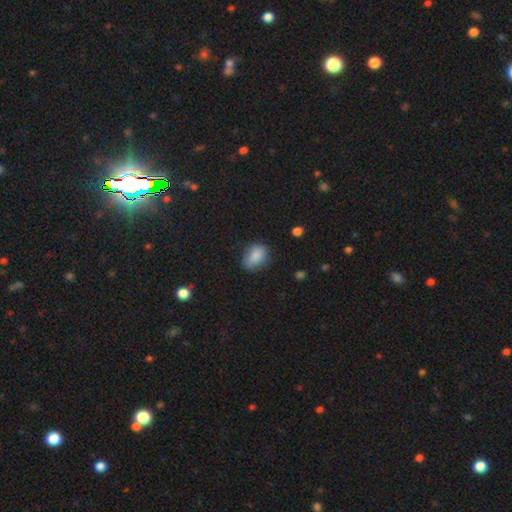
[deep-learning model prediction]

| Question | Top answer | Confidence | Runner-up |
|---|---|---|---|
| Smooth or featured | smooth | 86% | star or artifact (8%) |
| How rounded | in between | 82% | round (16%) |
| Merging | none | 70% | minor disturbance (23%) |